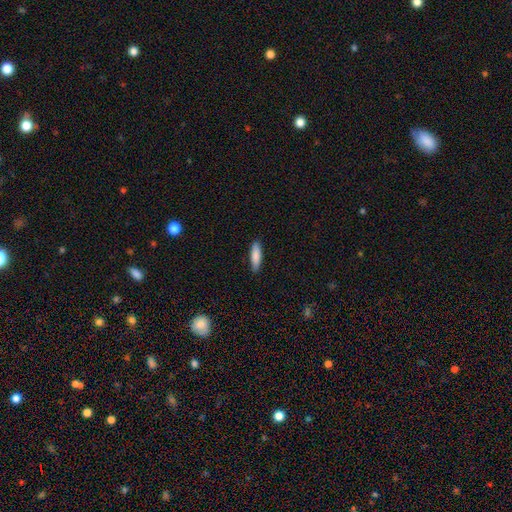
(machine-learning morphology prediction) Smooth or featured? Predicted: smooth (p=0.85). How rounded? Predicted: cigar-shaped (p=0.69). Merging? Predicted: none (p=0.88).